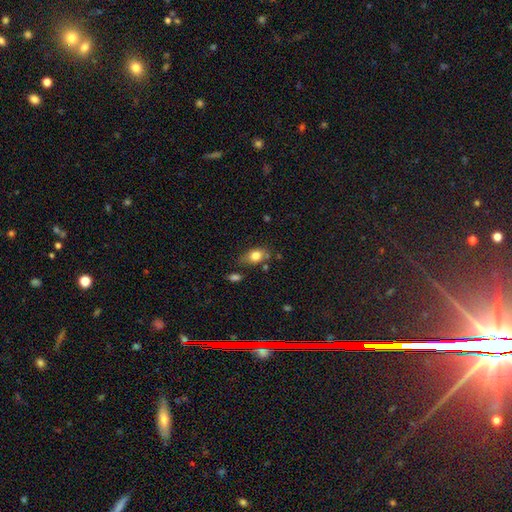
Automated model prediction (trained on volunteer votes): A smooth galaxy with no disk features (77%) that is in between round and cigar-shaped (78%). Merging: none (64%).